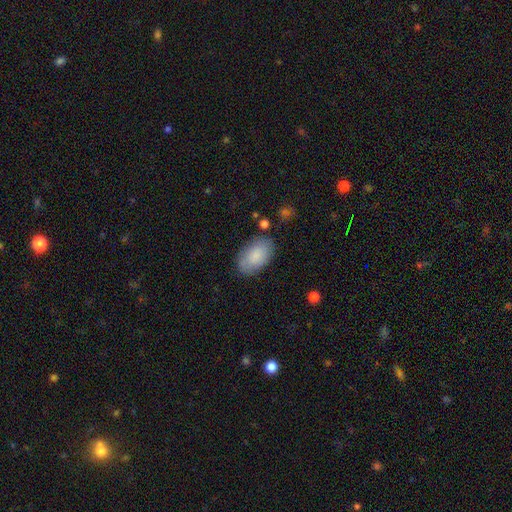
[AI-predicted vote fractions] Morphology: type=smooth (84%); roundness=in between (94%); merging=none (79%).